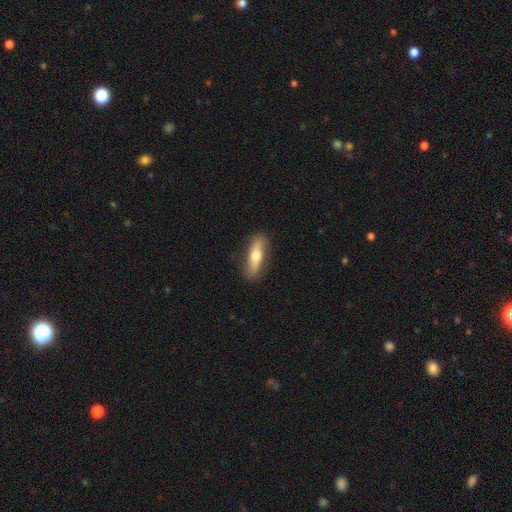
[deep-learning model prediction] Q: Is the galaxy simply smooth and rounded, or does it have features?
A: smooth — 57%.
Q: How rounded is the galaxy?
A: cigar-shaped — 62%.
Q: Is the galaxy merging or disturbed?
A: none — 84%.